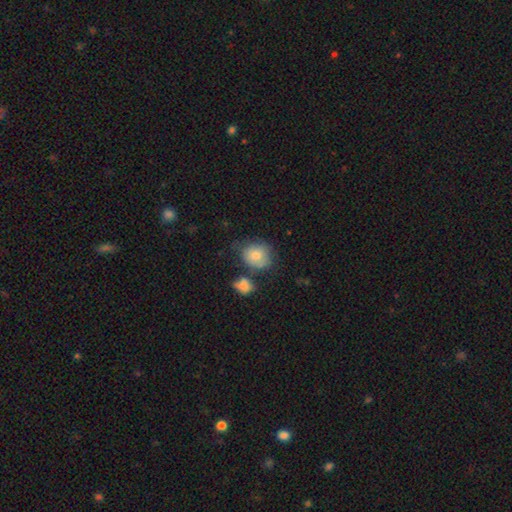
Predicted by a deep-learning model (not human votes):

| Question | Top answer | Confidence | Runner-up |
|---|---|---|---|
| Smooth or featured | smooth | 76% | featured or disk (15%) |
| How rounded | round | 67% | in between (32%) |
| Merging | none | 53% | minor disturbance (25%) |